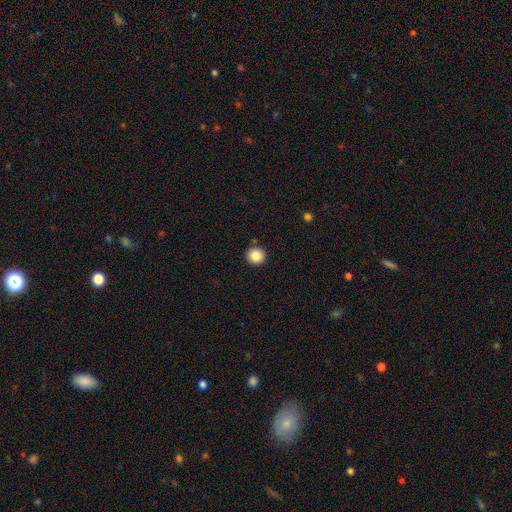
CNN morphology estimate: This is clearly a smooth galaxy (86%). How rounded: clearly round (94%). Merging: clearly none (91%).